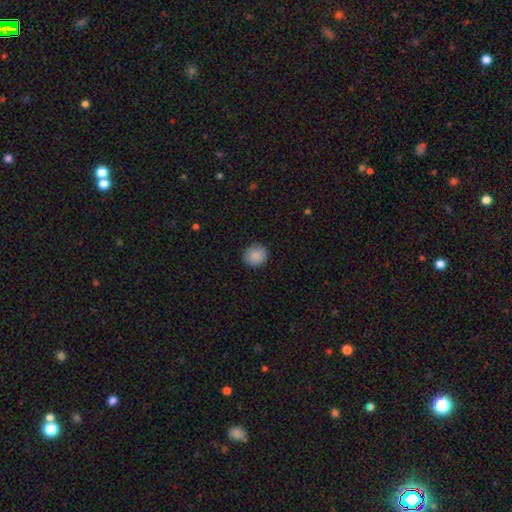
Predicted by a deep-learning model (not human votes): Smooth or featured: smooth — 88% (star or artifact — 7%)
How rounded: round — 86% (in between — 13%)
Merging: none — 89% (minor disturbance — 8%)